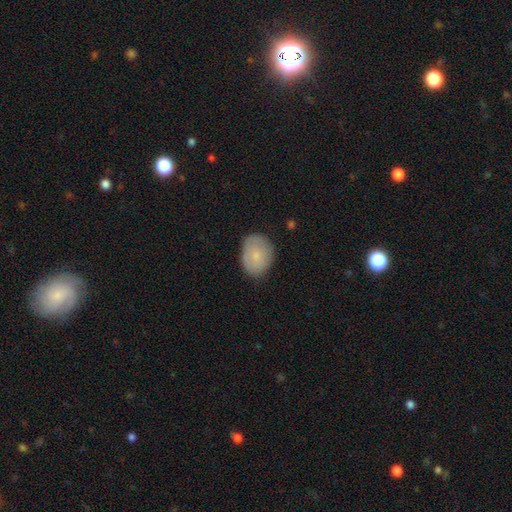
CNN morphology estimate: The model was most divided on "how rounded": in between: 58%, round: 41%, cigar-shaped: 1%. More confident: merging — none (79%); smooth or featured — smooth (75%).